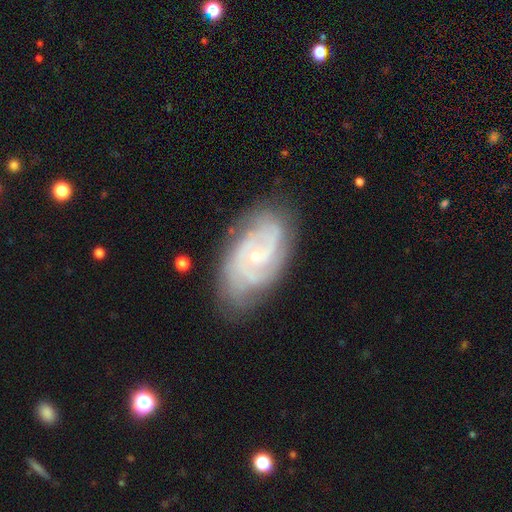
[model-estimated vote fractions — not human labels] featured or disk 85%, smooth 9%, star or artifact 6%. Down the decision tree: edge-on disk — no (96%); bar — no (67%); spiral arms — yes (96%); spiral arm count — 2 (40%); spiral winding — tight (57%); bulge size — small (77%); merging — none (76%).